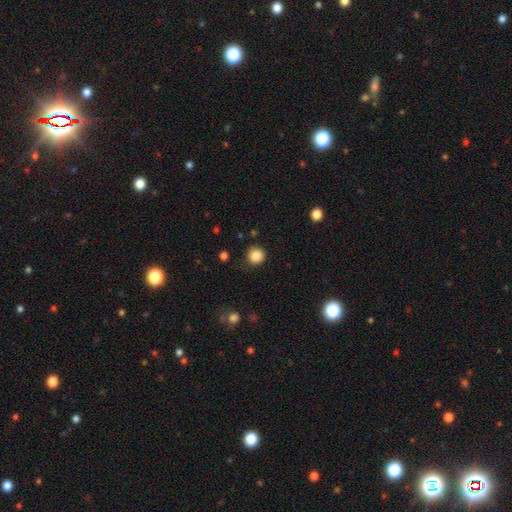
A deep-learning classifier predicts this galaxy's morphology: This appears to be a smooth galaxy with no disk features (86%) that is round (94%). Merging: none (87%).